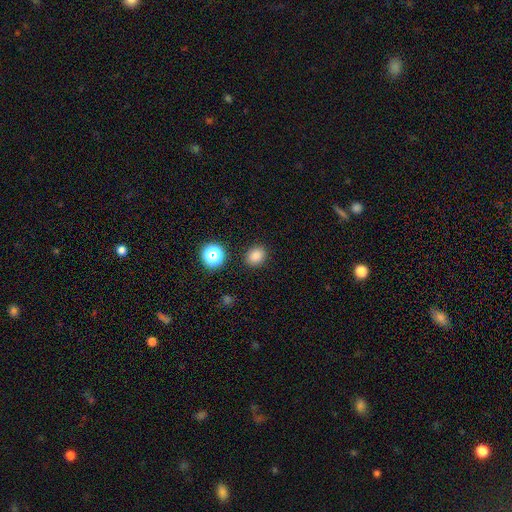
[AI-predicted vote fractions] Smooth or featured? Predicted: smooth (p=0.81). How rounded? Predicted: round (p=0.59). Merging? Predicted: none (p=0.88).